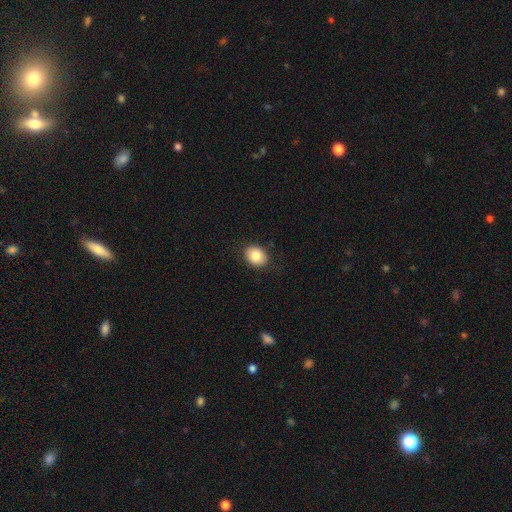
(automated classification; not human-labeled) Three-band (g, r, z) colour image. It shows a smooth galaxy with no disk features (83%) that is in between round and cigar-shaped (54%). Merging: none (86%).